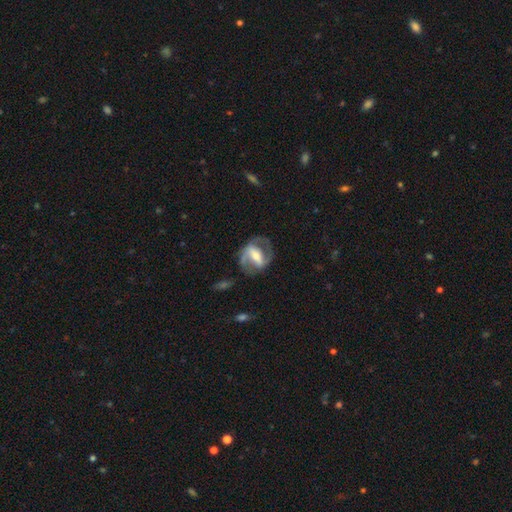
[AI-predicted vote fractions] The model was most divided on "bulge size": moderate: 51%, small: 32%, large: 11%, none: 3%, dominant: 2%. Remaining: edge-on disk — no (94%); spiral arm count — 2 (84%); spiral arms — yes (80%); smooth or featured — featured or disk (78%); merging — none (67%); bar — strong (62%); spiral winding — medium (47%).